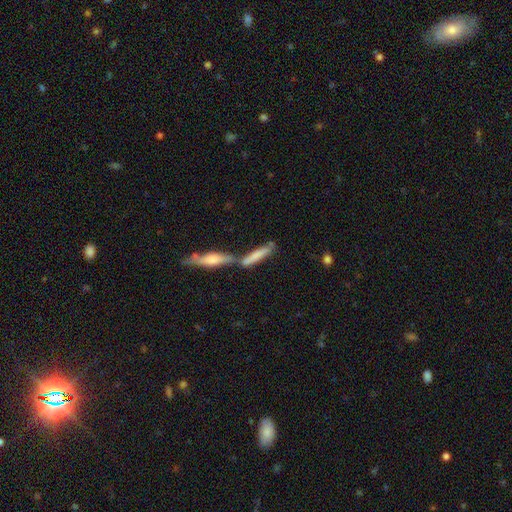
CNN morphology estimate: A smooth galaxy with no disk features (70%) that is cigar-shaped (81%).

Vote fractions:
- Smooth or featured? smooth: 70% / featured or disk: 23% / star or artifact: 7%
- How rounded? cigar-shaped: 81% / in between: 17% / round: 2%
- Merging? none: 44% / merger: 43% / minor disturbance: 10% / major disturbance: 4%